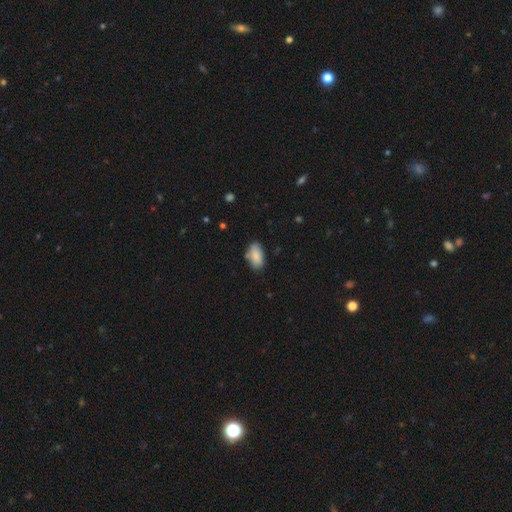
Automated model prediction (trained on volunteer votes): Smooth or featured? Predicted: smooth (p=0.85). How rounded? Predicted: in between (p=0.93). Merging? Predicted: none (p=0.76).